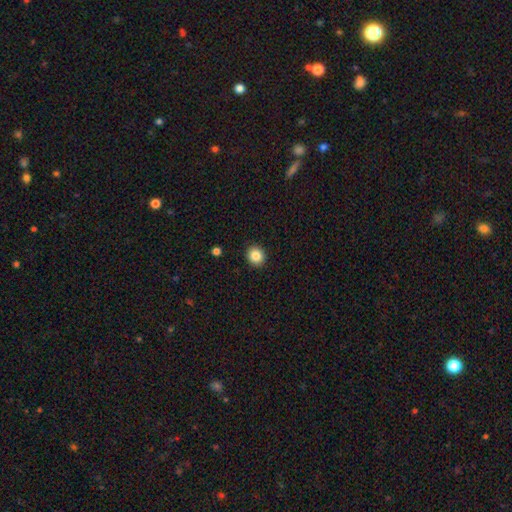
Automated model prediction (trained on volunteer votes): This appears to be a smooth galaxy with no disk features (85%) that is round (84%). Merging: none (92%).